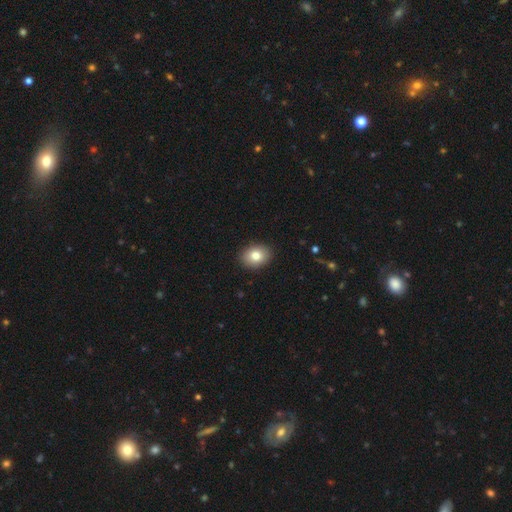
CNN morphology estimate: Smooth or featured? Predicted: smooth (p=0.82). How rounded? Predicted: in between (p=0.60). Merging? Predicted: none (p=0.90).